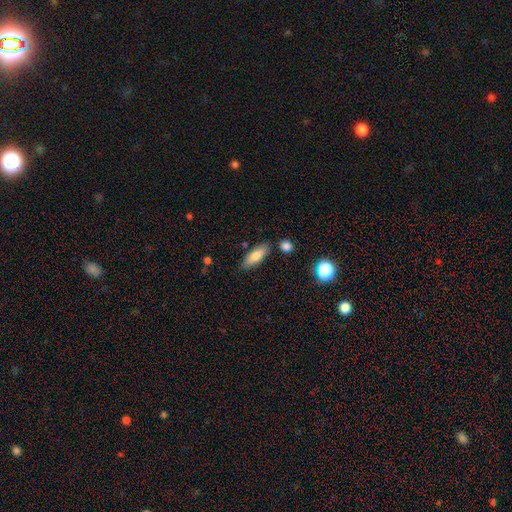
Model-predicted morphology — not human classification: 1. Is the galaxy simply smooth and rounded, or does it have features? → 78% smooth, 15% featured or disk, 7% star or artifact.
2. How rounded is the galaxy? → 65% in between, 32% cigar-shaped, 2% round.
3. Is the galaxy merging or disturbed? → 80% none, 13% minor disturbance, 5% merger, 3% major disturbance.